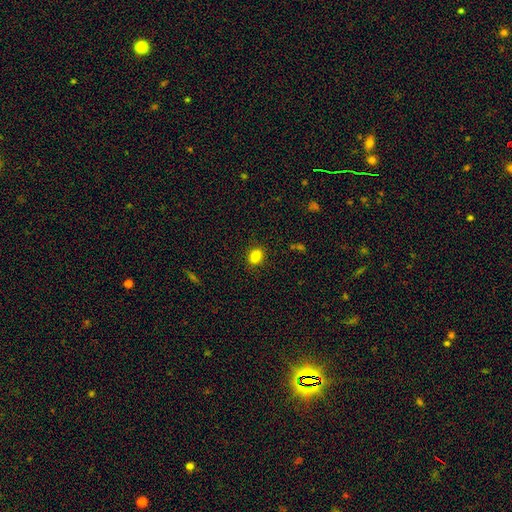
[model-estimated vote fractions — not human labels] smooth 83%, star or artifact 11%, featured or disk 6%. Down the decision tree: how rounded — in between (58%); merging — none (86%).